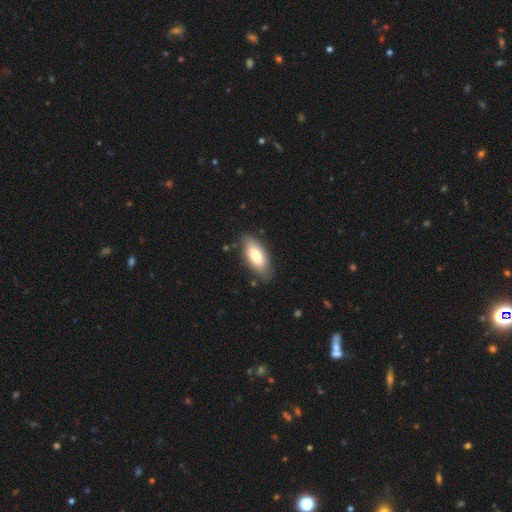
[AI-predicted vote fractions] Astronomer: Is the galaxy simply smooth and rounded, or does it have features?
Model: smooth — 74%.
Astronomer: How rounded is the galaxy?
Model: in between — 84%.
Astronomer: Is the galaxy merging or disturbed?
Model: none — 81%.